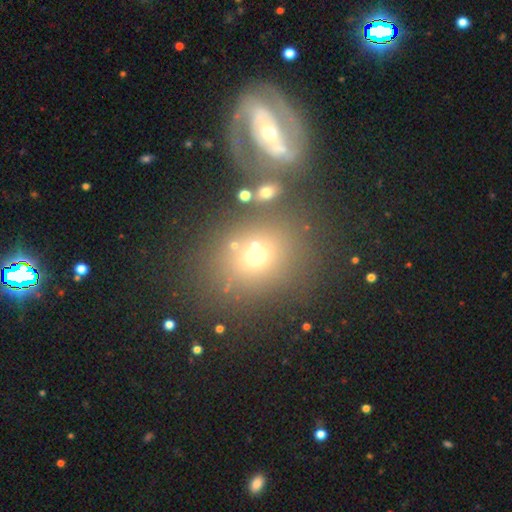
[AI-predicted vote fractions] A smooth galaxy with no disk features (61%) that is round (64%).

Vote fractions:
- Smooth or featured? smooth: 61% / star or artifact: 20% / featured or disk: 18%
- How rounded? round: 64% / in between: 35% / cigar-shaped: 1%
- Merging? none: 57% / merger: 23% / minor disturbance: 12% / major disturbance: 8%